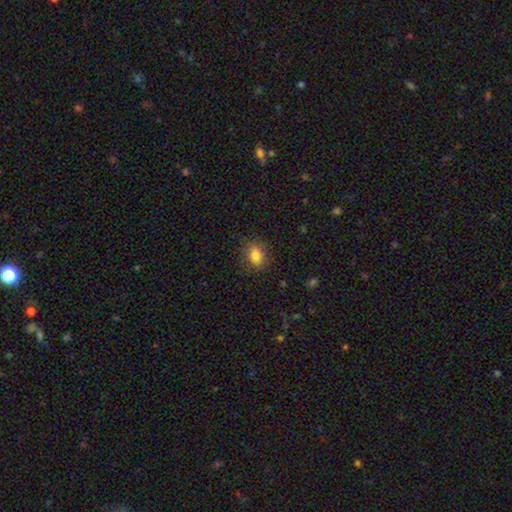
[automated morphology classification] A smooth galaxy with no disk features (82%) that is in between round and cigar-shaped (69%).

Vote fractions:
- Smooth or featured? smooth: 82% / star or artifact: 9% / featured or disk: 9%
- How rounded? in between: 69% / round: 29% / cigar-shaped: 2%
- Merging? none: 82% / minor disturbance: 13% / major disturbance: 4% / merger: 1%